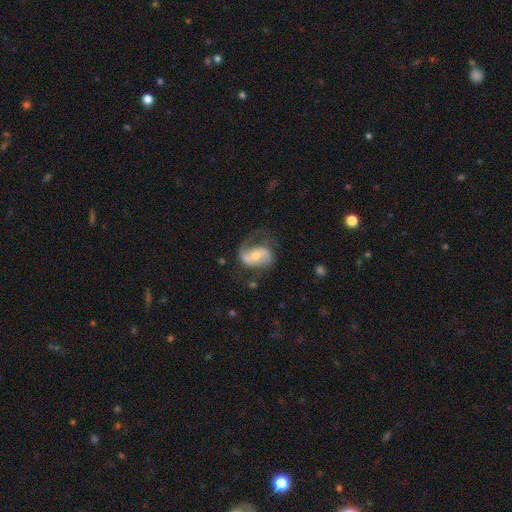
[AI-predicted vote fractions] Q: Smooth or featured?
A: featured or disk (78%); runner-up: smooth (16%)
Q: Edge-on disk?
A: no (97%); runner-up: yes (3%)
Q: Bar?
A: weak (38%); runner-up: no (37%)
Q: Spiral arms?
A: yes (91%); runner-up: no (9%)
Q: Spiral winding?
A: medium (43%); runner-up: loose (42%)
Q: Spiral arm count?
A: 2 (71%); runner-up: 1 (21%)
Q: Bulge size?
A: moderate (58%); runner-up: small (35%)
Q: Merging?
A: none (50%); runner-up: major disturbance (25%)